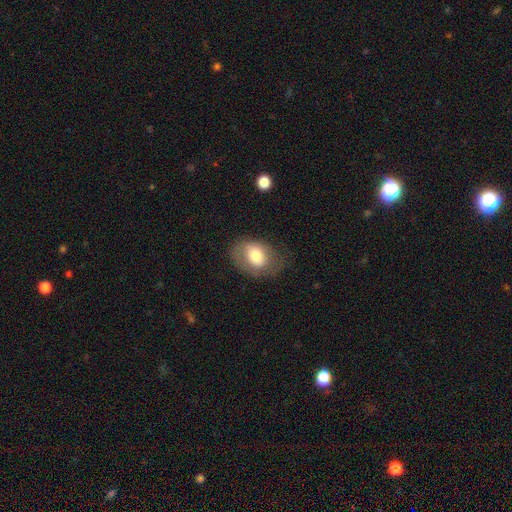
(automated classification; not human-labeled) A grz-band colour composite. It shows a smooth galaxy with no disk features (68%) that is in between round and cigar-shaped (72%). Merging: none (62%).